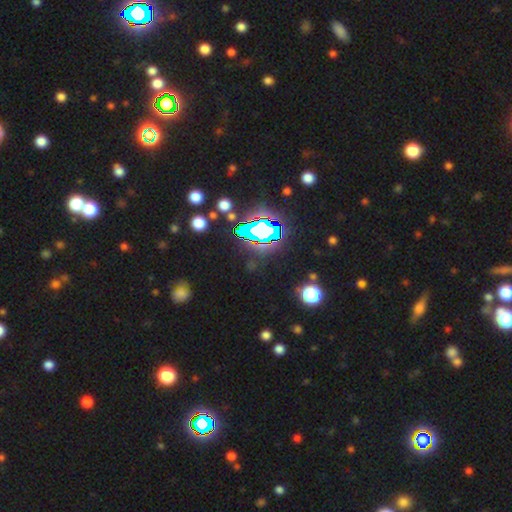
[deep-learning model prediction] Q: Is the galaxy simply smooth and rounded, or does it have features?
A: star or artifact — 78%.